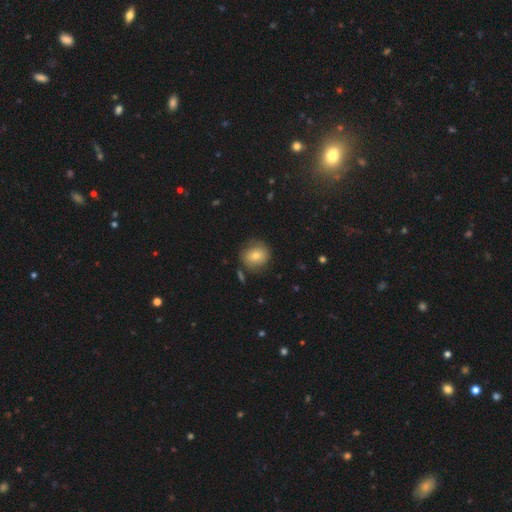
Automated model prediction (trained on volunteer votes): Overall: smooth (73%). How rounded: round (83%). Merging: none (77%).